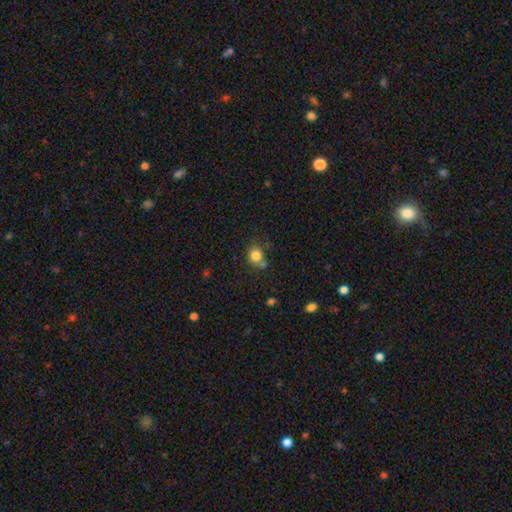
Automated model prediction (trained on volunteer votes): Overall: smooth (82%). How rounded: round (73%). Merging: none (65%).